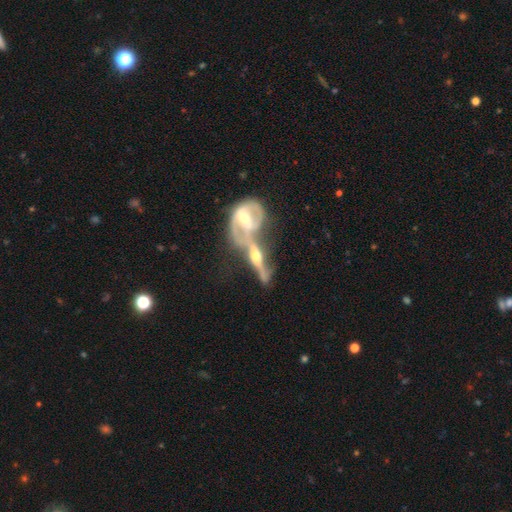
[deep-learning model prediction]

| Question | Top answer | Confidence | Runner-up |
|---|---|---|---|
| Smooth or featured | featured or disk | 82% | smooth (12%) |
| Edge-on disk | yes | 63% | no (37%) |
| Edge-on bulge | rounded | 91% | boxy (5%) |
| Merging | merger | 65% | none (20%) |